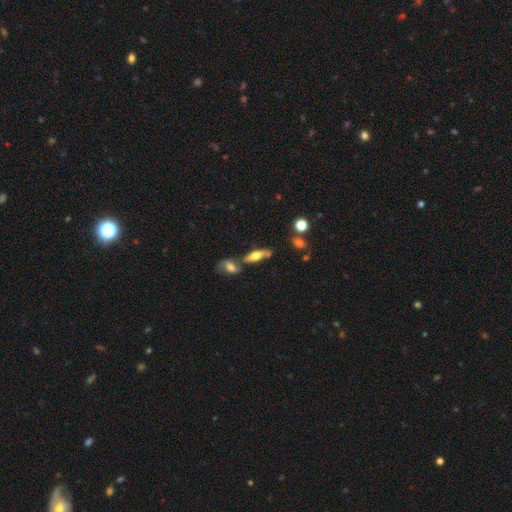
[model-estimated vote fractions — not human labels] A smooth galaxy with no disk features (48%). Merging: none (58%).